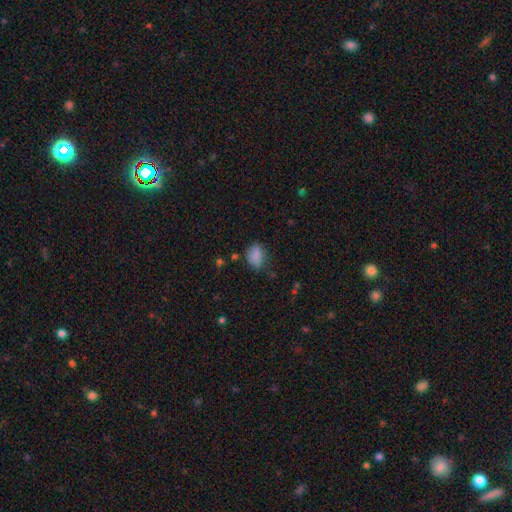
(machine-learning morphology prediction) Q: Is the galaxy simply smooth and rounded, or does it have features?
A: smooth — 83%.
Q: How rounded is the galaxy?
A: in between — 79%.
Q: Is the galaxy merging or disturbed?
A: none — 62%.